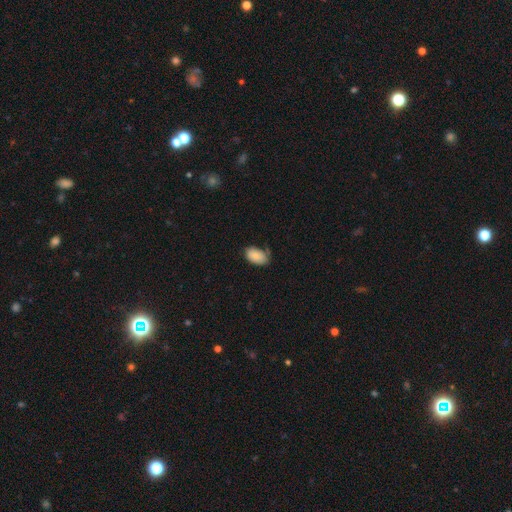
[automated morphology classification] The model was most divided on "merging": none: 63%, minor disturbance: 28%, major disturbance: 6%, merger: 4%. More confident: how rounded — in between (93%); smooth or featured — smooth (84%).